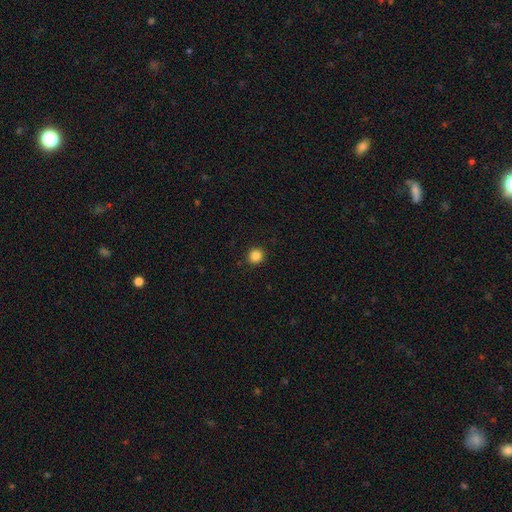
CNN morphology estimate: smooth 86%, star or artifact 11%, featured or disk 3%. Down the decision tree: how rounded — round (92%); merging — none (92%).